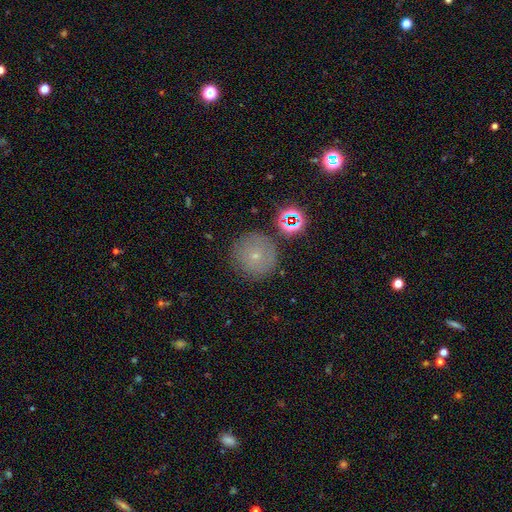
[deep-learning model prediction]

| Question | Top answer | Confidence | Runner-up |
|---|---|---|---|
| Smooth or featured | smooth | 59% | featured or disk (23%) |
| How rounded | round | 94% | in between (5%) |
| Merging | none | 82% | minor disturbance (11%) |